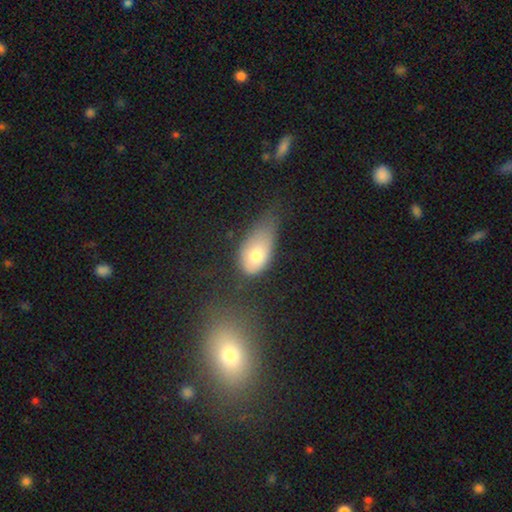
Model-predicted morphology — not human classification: smooth-or-featured: smooth: 73% | featured or disk: 19% | star or artifact: 8%
  how-rounded: in between: 87% | round: 10% | cigar-shaped: 3%
  merging: minor disturbance: 41% | major disturbance: 29% | none: 25% | merger: 5%